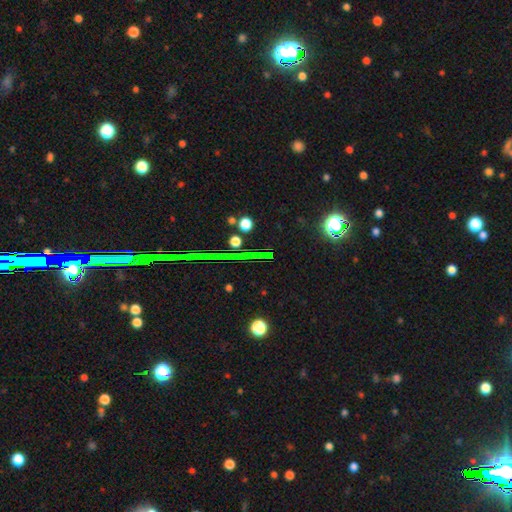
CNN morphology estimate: smooth_or_featured: star or artifact (p=0.69) [alt: smooth p=0.18]